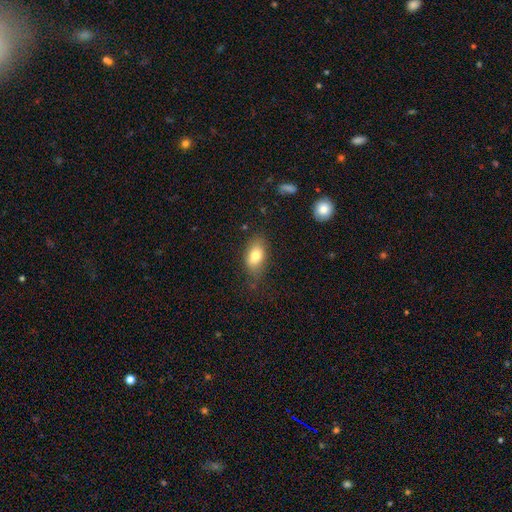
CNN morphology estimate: smooth-or-featured: smooth: 77% | featured or disk: 14% | star or artifact: 9%
  how-rounded: in between: 86% | round: 10% | cigar-shaped: 4%
  merging: none: 73% | minor disturbance: 19% | major disturbance: 6% | merger: 2%